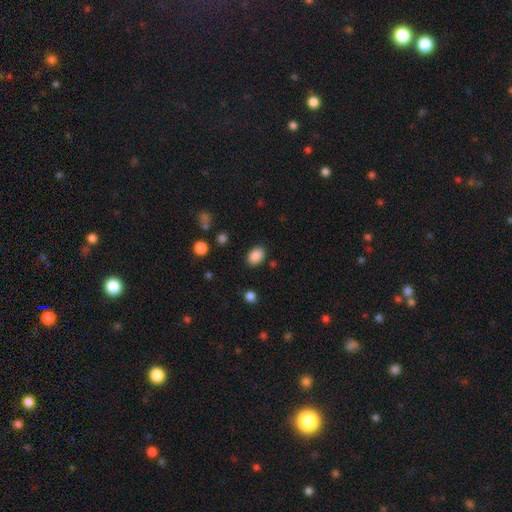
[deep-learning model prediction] The model was most divided on "how rounded": in between: 81%, round: 18%, cigar-shaped: 1%. More confident: smooth or featured — smooth (88%); merging — none (86%).